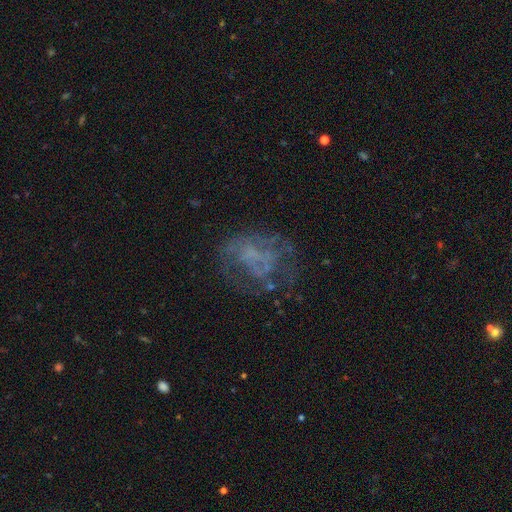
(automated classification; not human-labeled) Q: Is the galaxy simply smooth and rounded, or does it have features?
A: featured or disk — 59%.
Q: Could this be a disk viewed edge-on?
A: no — 97%.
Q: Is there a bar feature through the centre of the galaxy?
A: no — 81%.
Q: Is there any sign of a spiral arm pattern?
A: no — 58%.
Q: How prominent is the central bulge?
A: none — 67%.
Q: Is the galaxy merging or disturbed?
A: none — 52%.